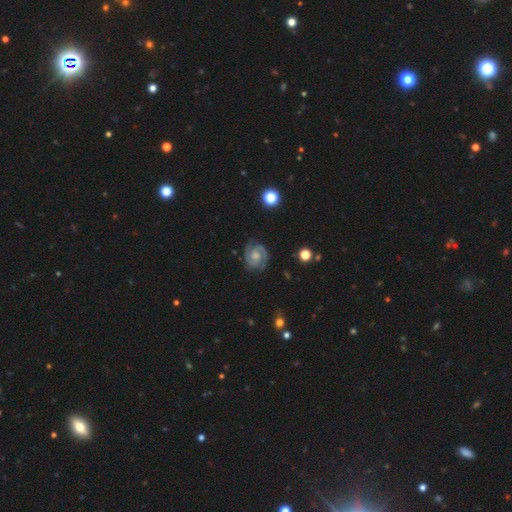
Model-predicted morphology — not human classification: Smooth or featured? featured or disk (89%)
Edge-on disk? no (98%)
Bar? no (58%)
Spiral arms? yes (98%)
Spiral winding? tight (61%)
Spiral arm count? 2 (88%)
Bulge size? moderate (48%)
Merging? none (81%)